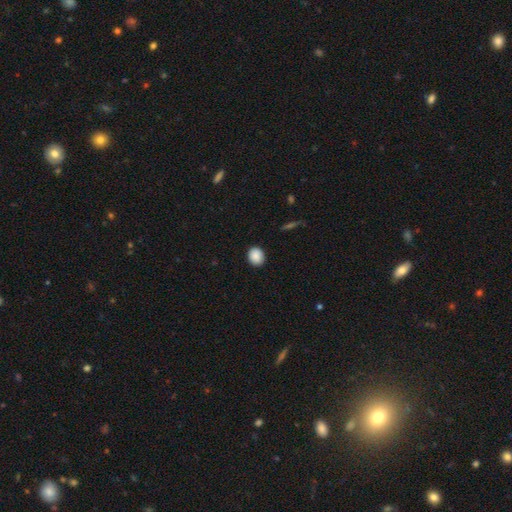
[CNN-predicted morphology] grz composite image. It shows a smooth galaxy with no disk features (89%) that is round (70%). Merging: none (90%).